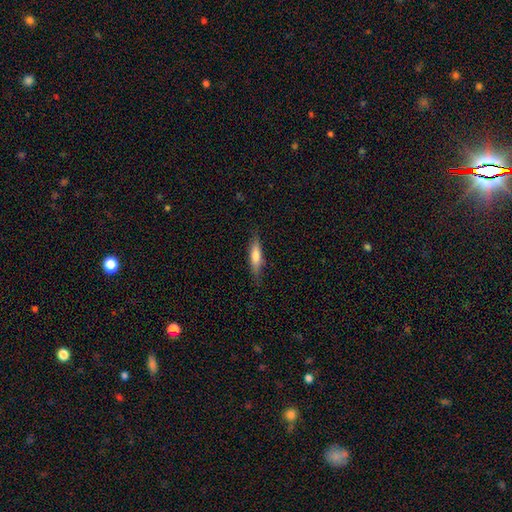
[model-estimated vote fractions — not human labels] The model was most divided on "smooth or featured": smooth: 68%, featured or disk: 26%, star or artifact: 6%. More confident: merging — none (81%); how rounded — cigar-shaped (73%).